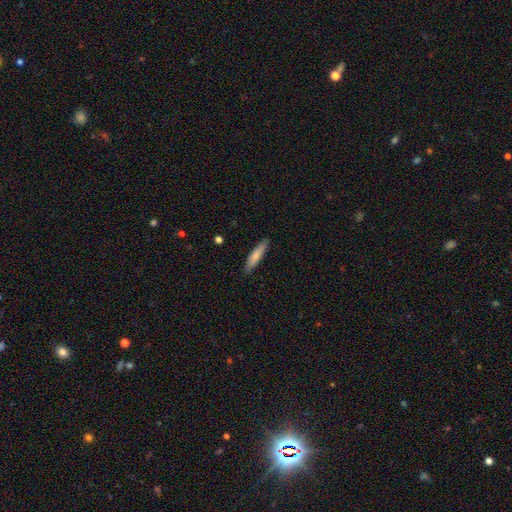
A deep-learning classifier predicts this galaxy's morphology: Q: Smooth or featured?
A: smooth (76%); runner-up: featured or disk (18%)
Q: How rounded?
A: cigar-shaped (87%); runner-up: in between (11%)
Q: Merging?
A: none (89%); runner-up: minor disturbance (8%)